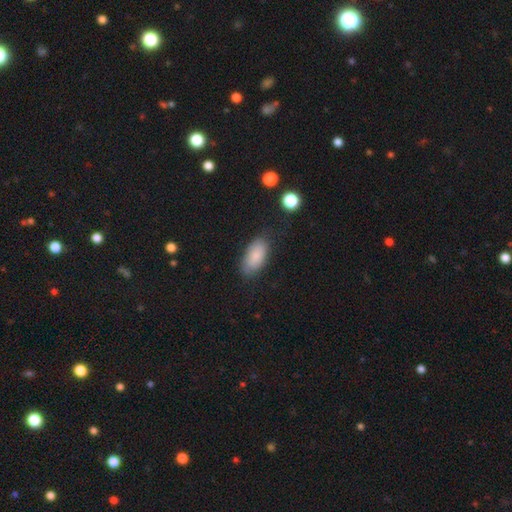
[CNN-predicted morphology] smooth-or-featured: smooth: 85% | featured or disk: 8% | star or artifact: 7%
  how-rounded: in between: 93% | cigar-shaped: 5% | round: 3%
  merging: none: 76% | minor disturbance: 18% | major disturbance: 5% | merger: 2%